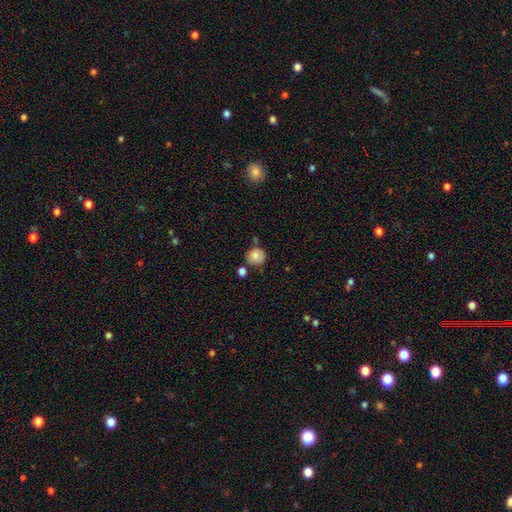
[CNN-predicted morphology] Smooth or featured: smooth — 83% (star or artifact — 9%)
How rounded: round — 89% (in between — 10%)
Merging: none — 70% (minor disturbance — 15%)